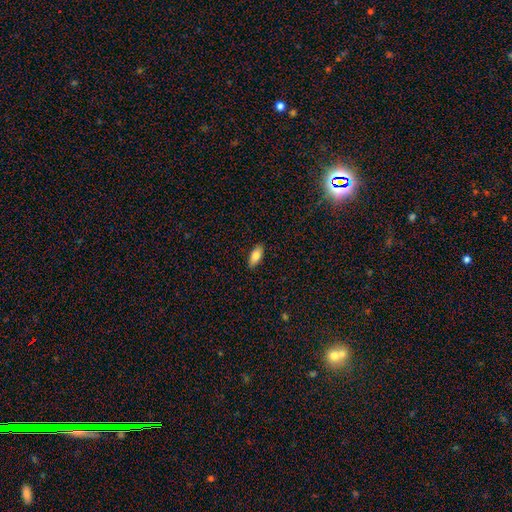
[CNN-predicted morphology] Q: Smooth or featured?
A: smooth (80%); runner-up: featured or disk (13%)
Q: How rounded?
A: in between (87%); runner-up: cigar-shaped (11%)
Q: Merging?
A: none (89%); runner-up: minor disturbance (8%)